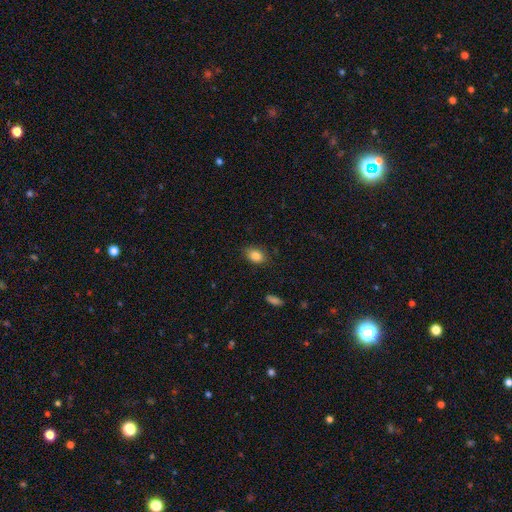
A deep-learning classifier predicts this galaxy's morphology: The model was most divided on "how rounded": in between: 76%, round: 22%, cigar-shaped: 2%. More confident: smooth or featured — smooth (86%); merging — none (82%).